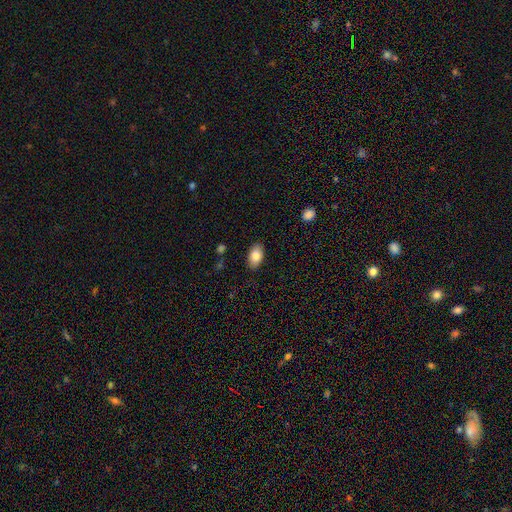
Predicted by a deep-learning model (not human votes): Q: Smooth or featured?
A: smooth (84%); runner-up: featured or disk (9%)
Q: How rounded?
A: in between (93%); runner-up: round (5%)
Q: Merging?
A: none (87%); runner-up: minor disturbance (10%)